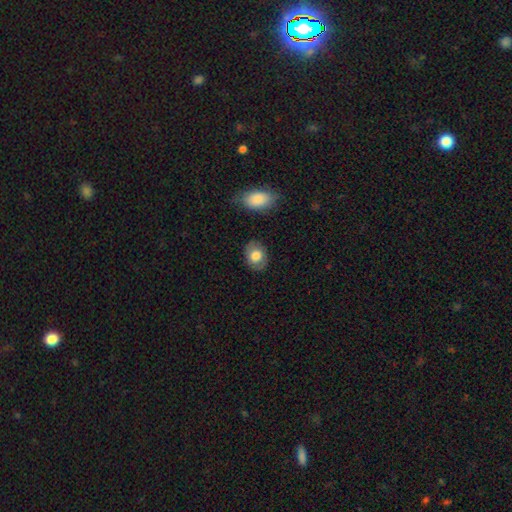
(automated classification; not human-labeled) Smooth or featured: smooth — 75% (featured or disk — 18%)
How rounded: in between — 60% (round — 38%)
Merging: none — 81% (minor disturbance — 13%)